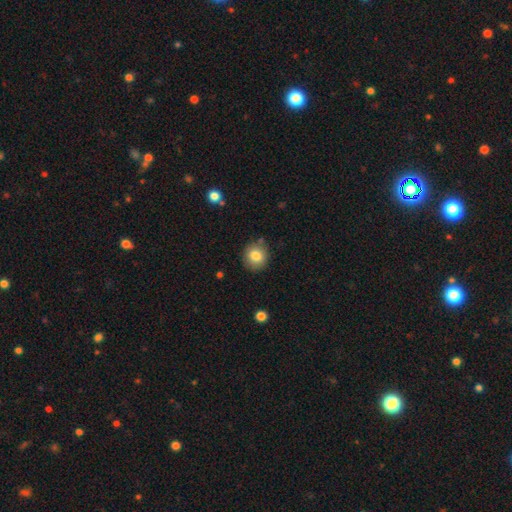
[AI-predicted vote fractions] This appears to be a smooth galaxy with no disk features (81%) that is round (84%). Merging: none (85%).